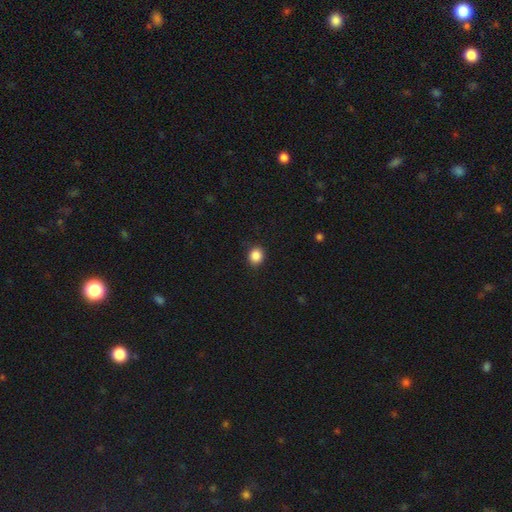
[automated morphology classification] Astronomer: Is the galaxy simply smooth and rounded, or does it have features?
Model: smooth — 87%.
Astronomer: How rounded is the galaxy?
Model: round — 77%.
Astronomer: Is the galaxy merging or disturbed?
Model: none — 90%.